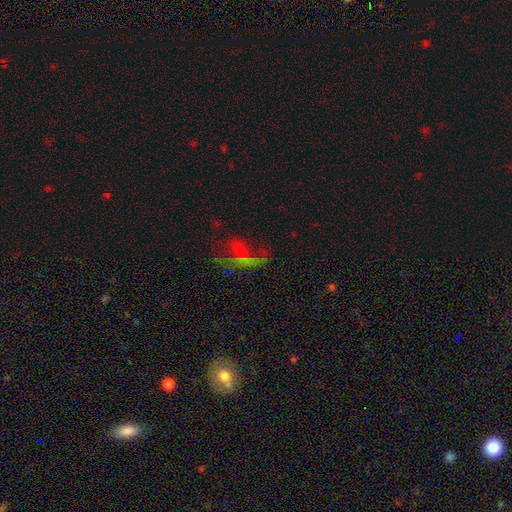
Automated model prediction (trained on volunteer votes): Smooth or featured? Predicted: featured or disk (p=0.39). Merging? Predicted: major disturbance (p=0.41).